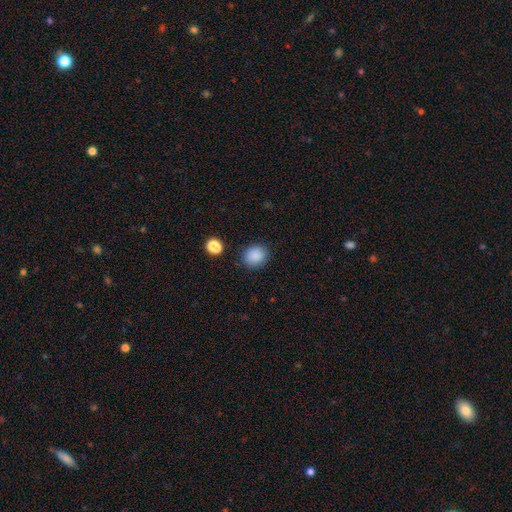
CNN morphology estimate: smooth-or-featured: smooth: 87% | star or artifact: 9% | featured or disk: 4%
  how-rounded: round: 69% | in between: 30% | cigar-shaped: 1%
  merging: none: 86% | minor disturbance: 9% | major disturbance: 3% | merger: 2%